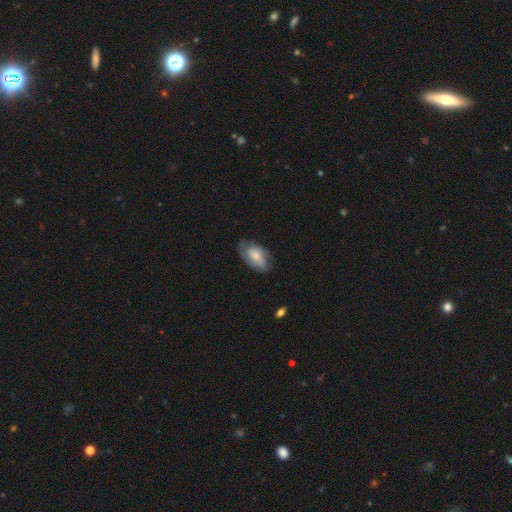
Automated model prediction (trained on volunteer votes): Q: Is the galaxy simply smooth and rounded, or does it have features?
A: smooth — 57%.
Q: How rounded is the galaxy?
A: in between — 91%.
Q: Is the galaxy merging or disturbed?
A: none — 60%.